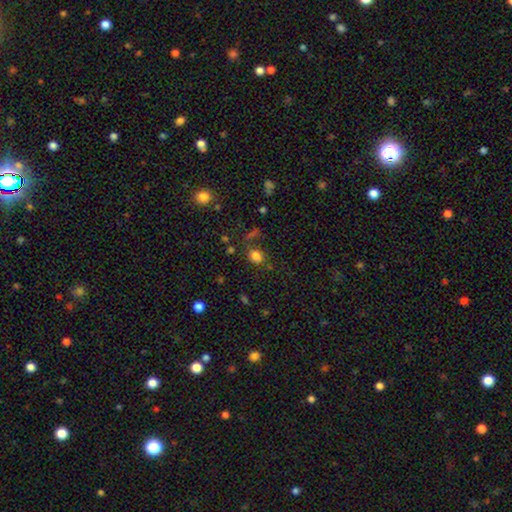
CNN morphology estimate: smooth_or_featured: smooth (p=0.77) [alt: star or artifact p=0.18]
how_rounded: round (p=0.55) [alt: in between p=0.43]
merging: none (p=0.69) [alt: minor disturbance p=0.16]